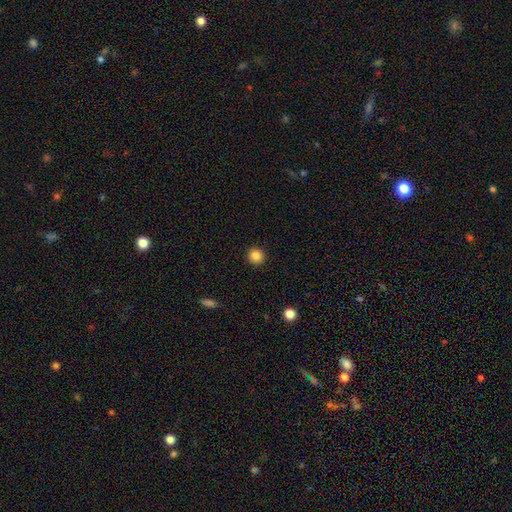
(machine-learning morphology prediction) A smooth galaxy with no disk features (86%) that is round (92%). Merging: none (92%).